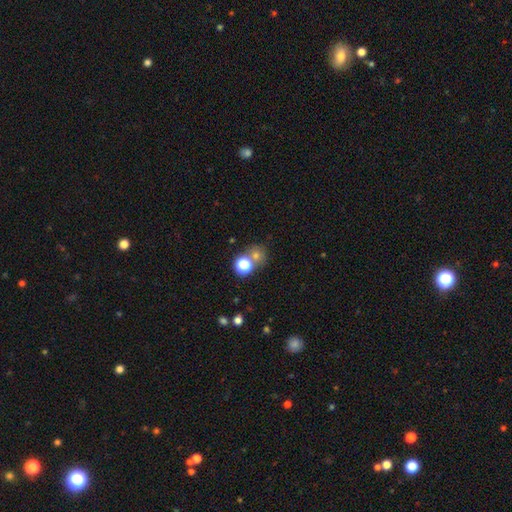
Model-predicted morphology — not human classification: The model was most divided on "merging": none: 59%, merger: 28%, minor disturbance: 9%, major disturbance: 5%. More confident: how rounded — round (83%); smooth or featured — smooth (66%).